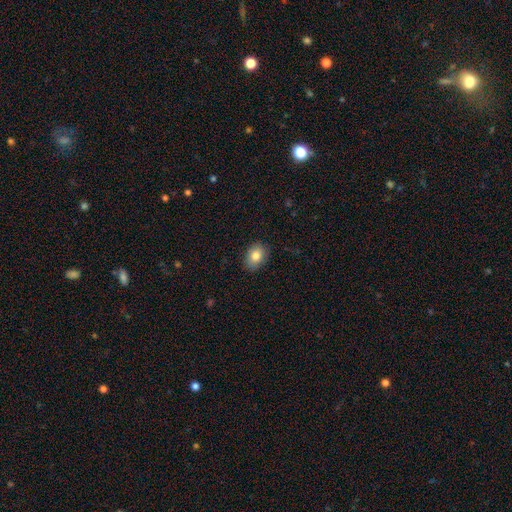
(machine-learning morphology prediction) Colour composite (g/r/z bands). It shows a smooth galaxy with no disk features (82%) that is in between round and cigar-shaped (72%). Merging: none (87%).